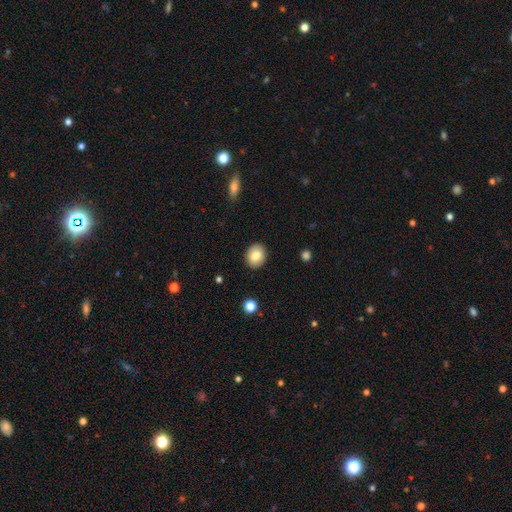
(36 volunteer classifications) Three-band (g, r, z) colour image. It shows a smooth galaxy with no disk features (89%) that is in between round and cigar-shaped (66%). Merging: none (91%).